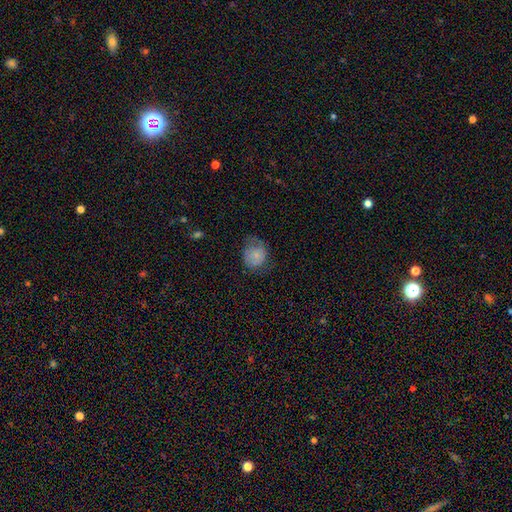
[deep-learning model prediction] Smooth or featured? smooth (67%)
How rounded? round (68%)
Merging? none (45%)